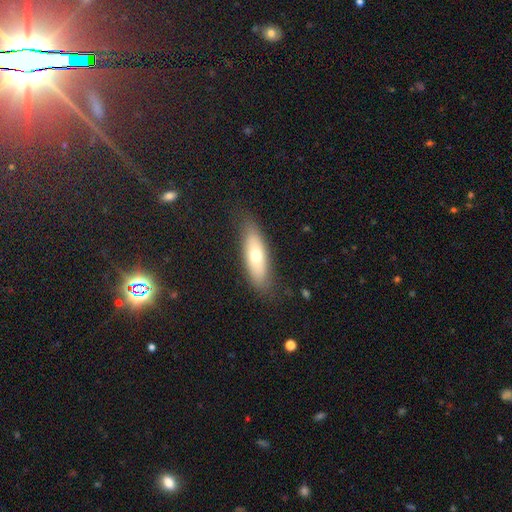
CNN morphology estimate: smooth_or_featured: smooth (p=0.64) [alt: featured or disk p=0.29]
how_rounded: in between (p=0.59) [alt: cigar-shaped p=0.39]
merging: none (p=0.80) [alt: minor disturbance p=0.14]